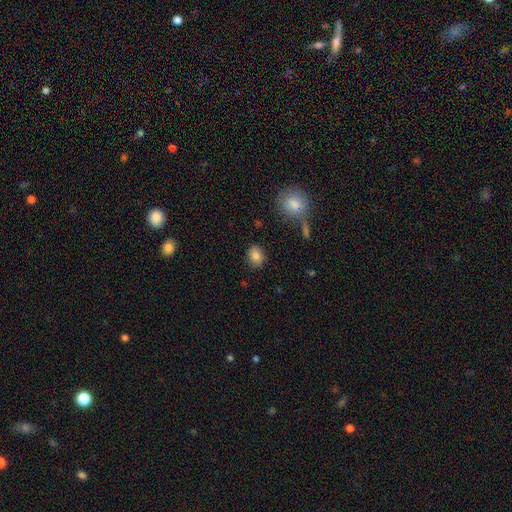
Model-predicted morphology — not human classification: Overall: smooth (82%). How rounded: round (53%; in between 46%). Merging: none (85%).